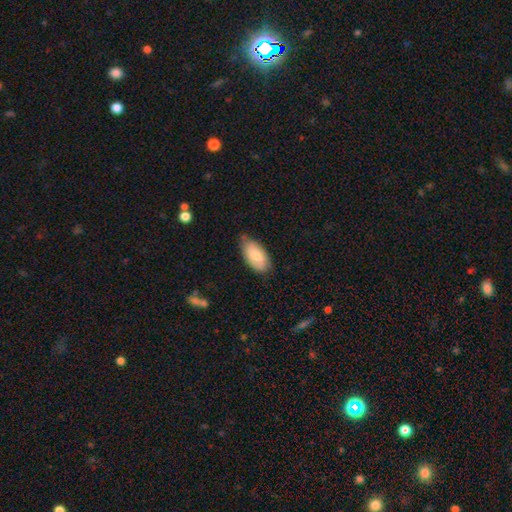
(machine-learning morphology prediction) type=smooth (74%); roundness=in between (93%); merging=none (64%).